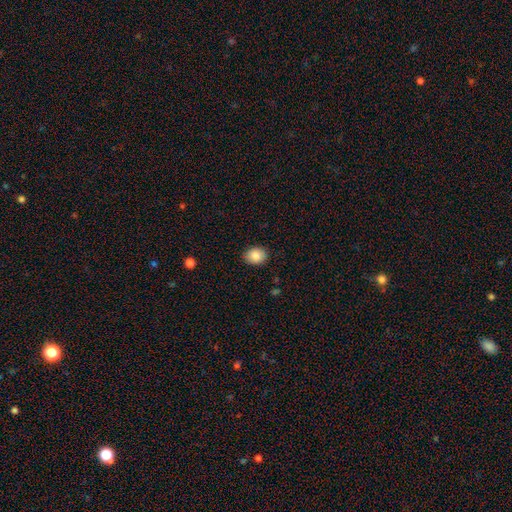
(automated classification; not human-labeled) smooth-or-featured: smooth: 88% | star or artifact: 8% | featured or disk: 5%
  how-rounded: in between: 54% | round: 45% | cigar-shaped: 1%
  merging: none: 88% | minor disturbance: 9% | major disturbance: 2% | merger: 1%